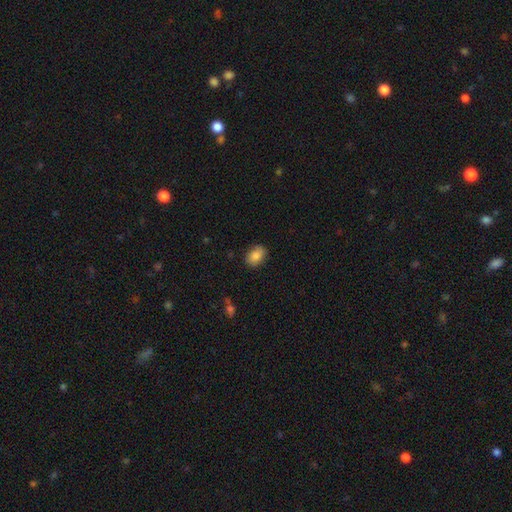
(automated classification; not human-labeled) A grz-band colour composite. It shows a smooth galaxy with no disk features (84%) that is in between round and cigar-shaped (79%). Merging: none (85%).